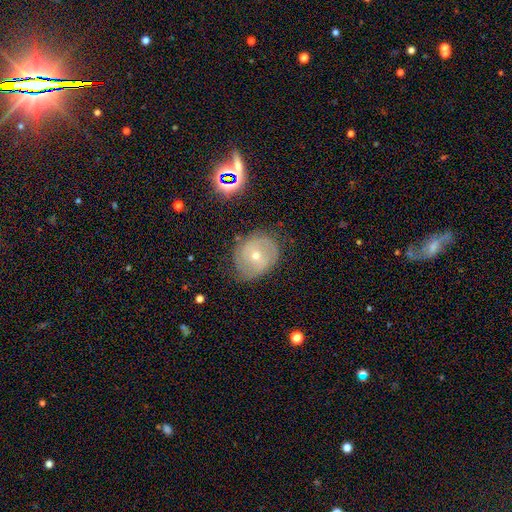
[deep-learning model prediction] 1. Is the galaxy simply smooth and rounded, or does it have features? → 68% featured or disk, 21% smooth, 10% star or artifact.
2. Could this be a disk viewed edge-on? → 96% no, 4% yes.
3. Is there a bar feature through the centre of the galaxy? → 59% no, 32% weak, 9% strong.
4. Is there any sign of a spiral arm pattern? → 84% yes, 16% no.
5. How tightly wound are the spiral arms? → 59% tight, 32% medium, 9% loose.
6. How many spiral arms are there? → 48% 2, 30% can't tell, 12% 3, 4% 1, 3% 4, 2% more than 4.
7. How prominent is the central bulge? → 49% small, 48% moderate, 1% large, 1% none, 1% dominant.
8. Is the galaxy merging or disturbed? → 73% none, 20% minor disturbance, 6% major disturbance, 2% merger.